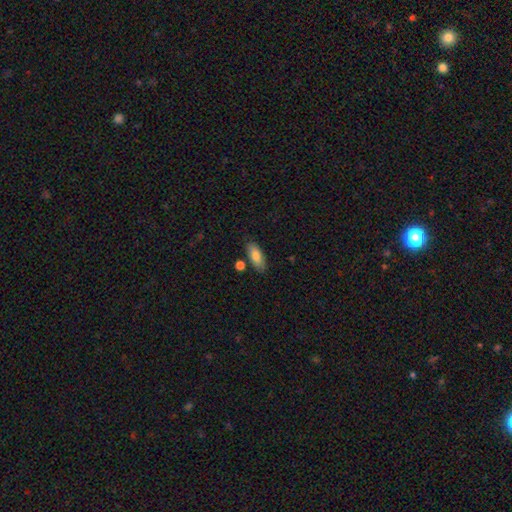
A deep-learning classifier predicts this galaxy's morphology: Q: Smooth or featured?
A: smooth (82%); runner-up: featured or disk (11%)
Q: How rounded?
A: in between (82%); runner-up: cigar-shaped (15%)
Q: Merging?
A: none (78%); runner-up: minor disturbance (13%)